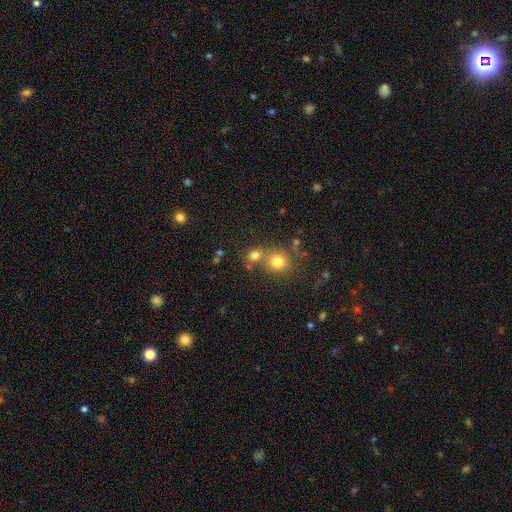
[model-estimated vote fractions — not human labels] Smooth or featured? smooth (71%)
How rounded? round (85%)
Merging? none (57%)